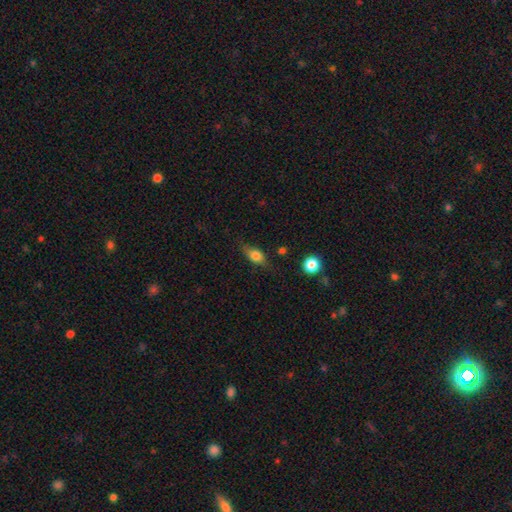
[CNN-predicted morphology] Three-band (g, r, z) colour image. It shows a smooth galaxy with no disk features (66%) that is in between round and cigar-shaped (71%). Merging: none (69%).